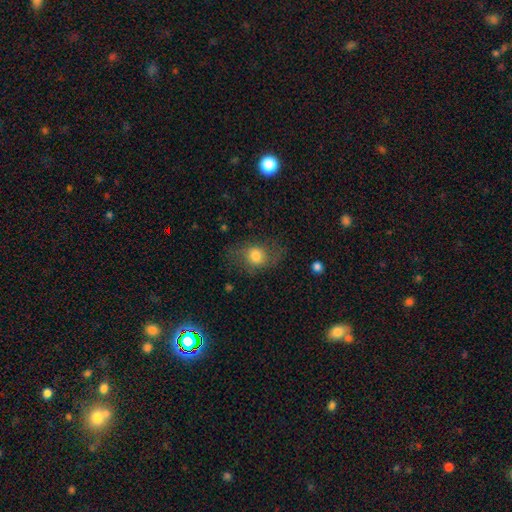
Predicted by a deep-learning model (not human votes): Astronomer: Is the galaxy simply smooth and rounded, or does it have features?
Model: smooth — 70%.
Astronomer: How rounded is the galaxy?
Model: round — 56% (runner-up: in between, 43%).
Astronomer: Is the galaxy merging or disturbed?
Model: none — 63%.